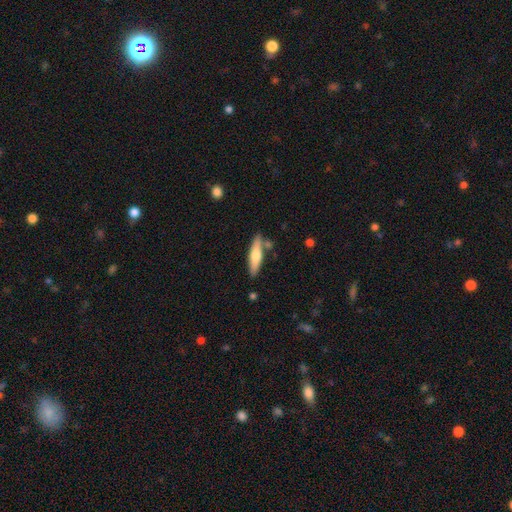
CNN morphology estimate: Smooth or featured? Predicted: smooth (p=0.59). How rounded? Predicted: cigar-shaped (p=0.74). Merging? Predicted: none (p=0.78).